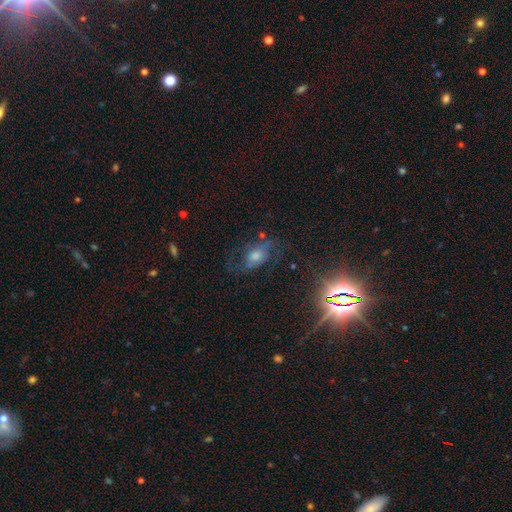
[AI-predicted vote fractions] Morphology: type=featured or disk (47%); merging=none (62%).